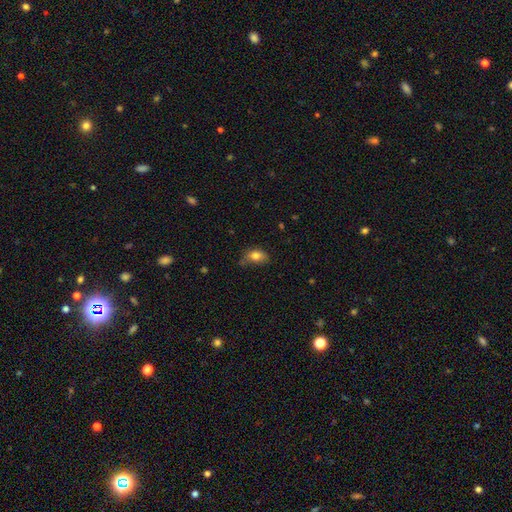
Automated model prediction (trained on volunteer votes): smooth-or-featured: smooth: 80% | featured or disk: 11% | star or artifact: 9%
  how-rounded: in between: 84% | round: 14% | cigar-shaped: 3%
  merging: none: 53% | minor disturbance: 34% | major disturbance: 9% | merger: 4%